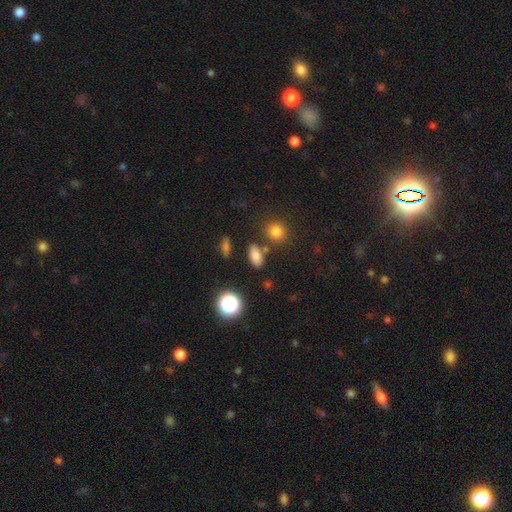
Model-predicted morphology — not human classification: Smooth or featured: smooth — 77% (star or artifact — 16%)
How rounded: in between — 81% (round — 13%)
Merging: none — 78% (minor disturbance — 11%)